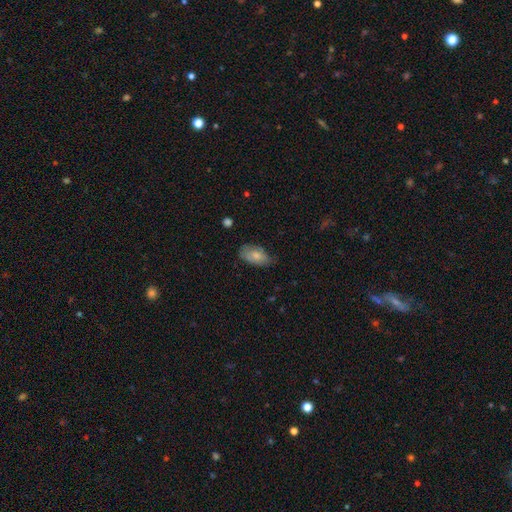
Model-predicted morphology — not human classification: The model was most divided on "merging": none: 61%, minor disturbance: 31%, major disturbance: 7%, merger: 2%. More confident: how rounded — in between (92%); smooth or featured — smooth (73%).